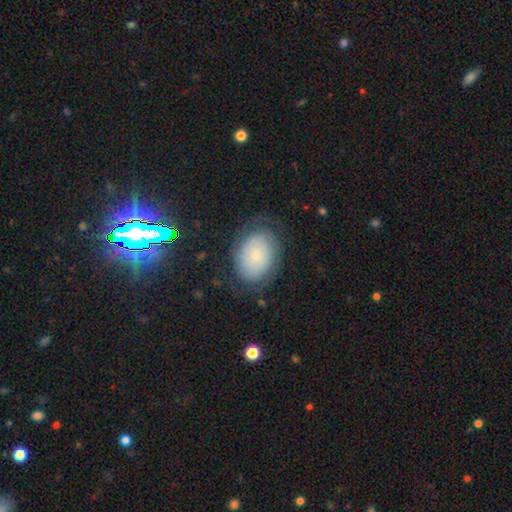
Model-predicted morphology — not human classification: This is possibly a smooth galaxy (54%). How rounded: likely in between (74%). Merging: likely none (69%).